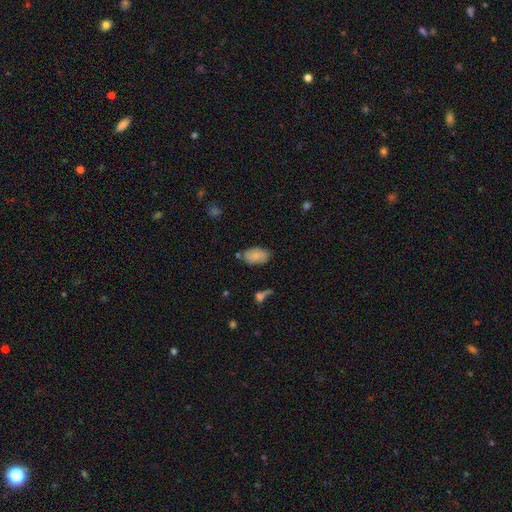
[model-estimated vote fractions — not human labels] smooth 82%, featured or disk 11%, star or artifact 8%. Down the decision tree: how rounded — in between (93%); merging — none (73%).